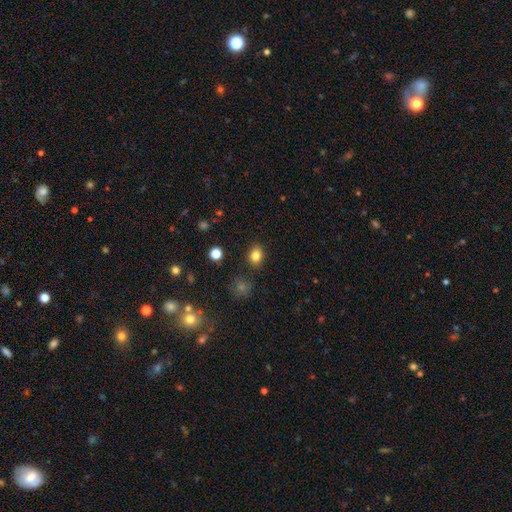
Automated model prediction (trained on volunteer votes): Smooth or featured? smooth (83%)
How rounded? in between (53%)
Merging? none (85%)